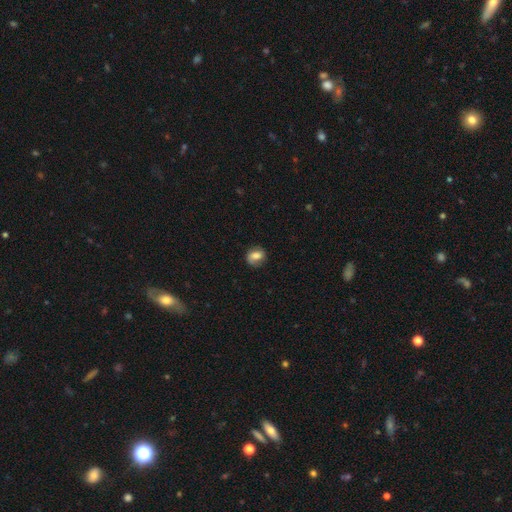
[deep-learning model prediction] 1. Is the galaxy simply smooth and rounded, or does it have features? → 63% smooth, 27% featured or disk, 10% star or artifact.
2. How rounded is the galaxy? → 51% in between, 47% round, 2% cigar-shaped.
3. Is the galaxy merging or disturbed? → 68% none, 22% minor disturbance, 9% major disturbance, 1% merger.